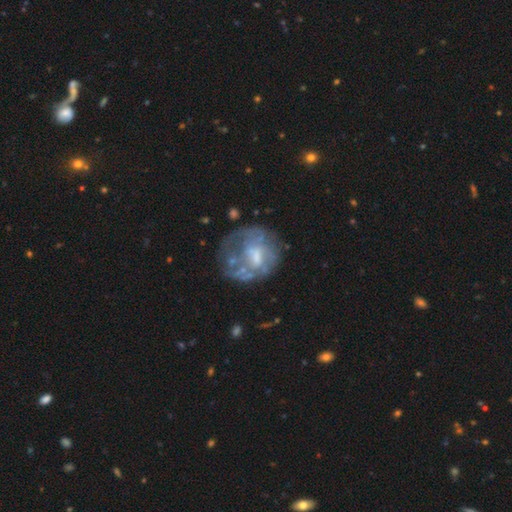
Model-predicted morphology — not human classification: Overall: featured or disk (63%; smooth 27%). Edge-on disk: no (98%). Bar: no (59%; weak 33%). Spiral arms: no (71%). Bulge size: moderate (38%; none 29%). Merging: none (46%; major disturbance 27%).